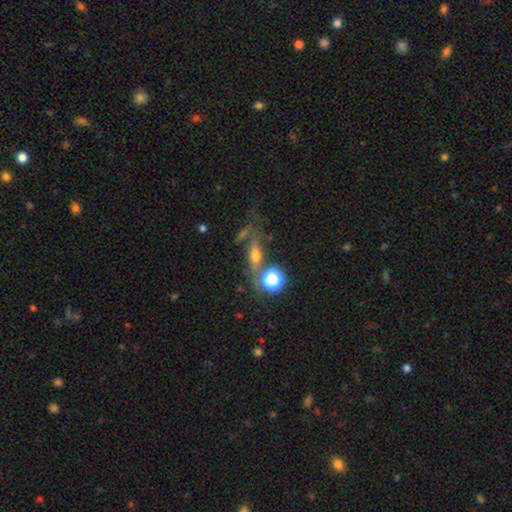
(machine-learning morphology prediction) Smooth or featured?
  - smooth: 46% *
  - featured or disk: 33%
  - star or artifact: 21%
Merging?
  - none: 62% *
  - minor disturbance: 16%
  - merger: 12%
  - major disturbance: 10%